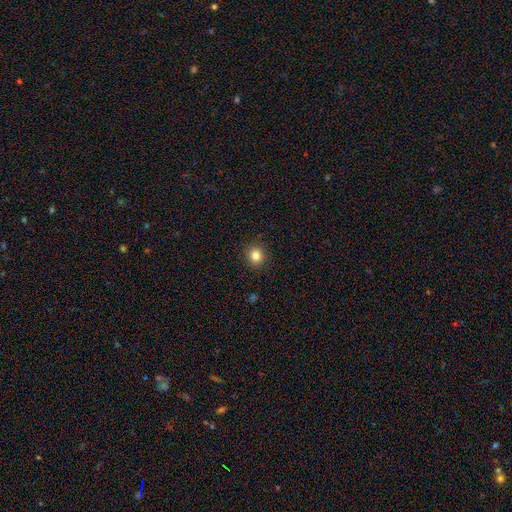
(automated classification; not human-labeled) Smooth or featured? Predicted: smooth (p=0.83). How rounded? Predicted: round (p=0.89). Merging? Predicted: none (p=0.91).